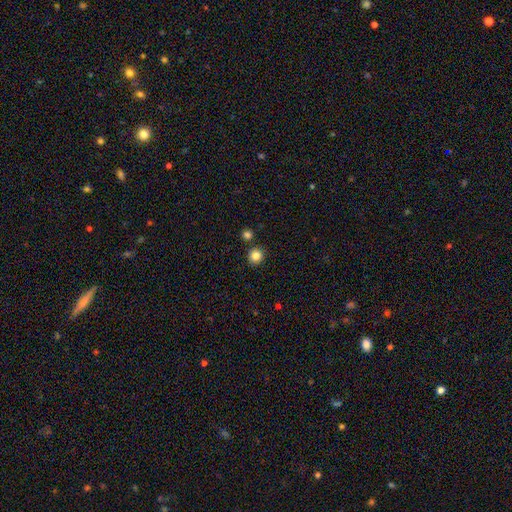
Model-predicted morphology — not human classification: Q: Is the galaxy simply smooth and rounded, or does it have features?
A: smooth — 83%.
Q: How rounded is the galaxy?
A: round — 90%.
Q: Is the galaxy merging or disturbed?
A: none — 87%.